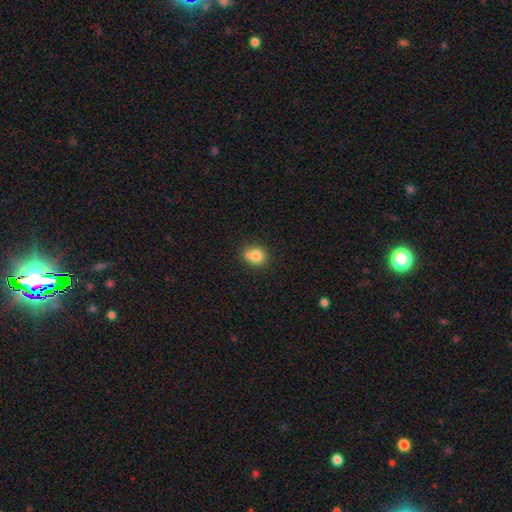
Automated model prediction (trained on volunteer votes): Smooth or featured? Predicted: smooth (p=0.80). How rounded? Predicted: round (p=0.67). Merging? Predicted: none (p=0.58).